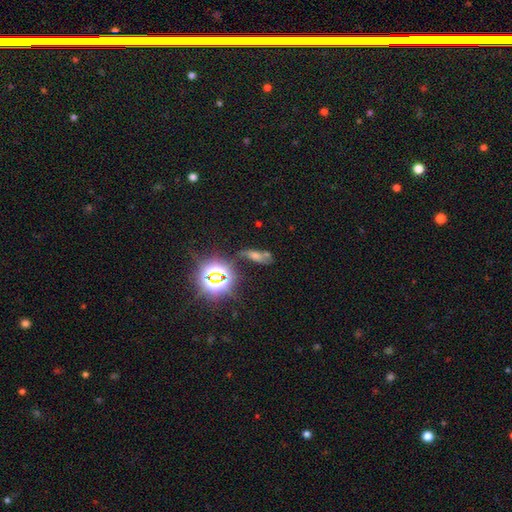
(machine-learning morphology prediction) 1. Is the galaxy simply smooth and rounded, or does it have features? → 47% star or artifact, 27% smooth, 26% featured or disk.